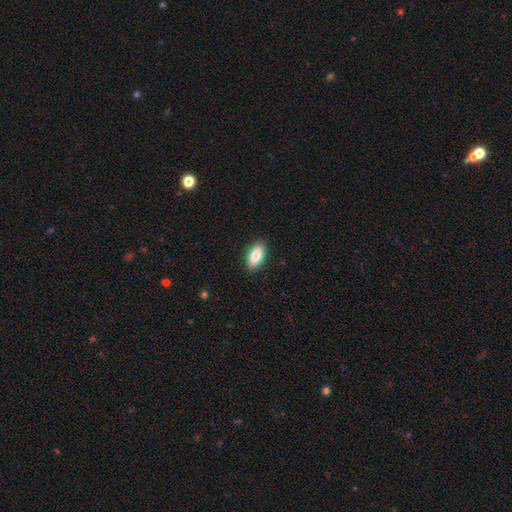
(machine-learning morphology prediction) This appears to be a smooth galaxy with no disk features (82%) that is in between round and cigar-shaped (90%). Merging: none (89%).